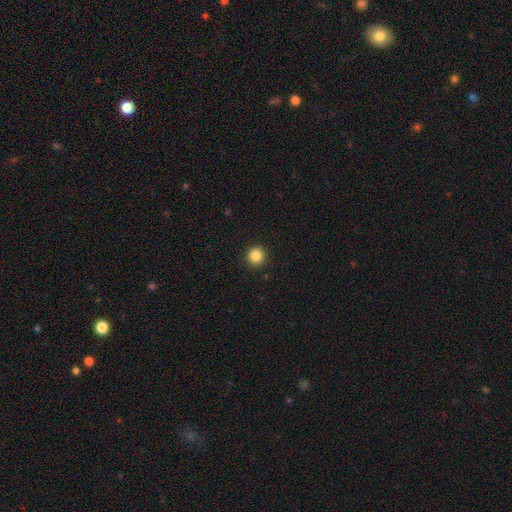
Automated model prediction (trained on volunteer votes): Morphology: type=smooth (86%); roundness=round (94%); merging=none (93%).